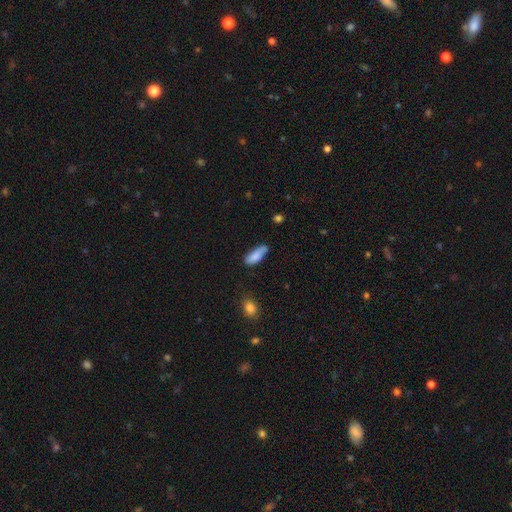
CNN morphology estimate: smooth 83%, featured or disk 11%, star or artifact 7%. Down the decision tree: how rounded — in between (70%); merging — none (60%).